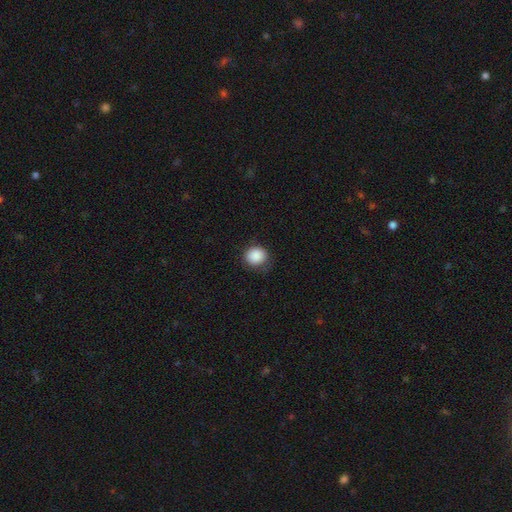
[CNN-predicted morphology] This is clearly a smooth galaxy (88%). How rounded: clearly round (83%). Merging: likely none (78%).